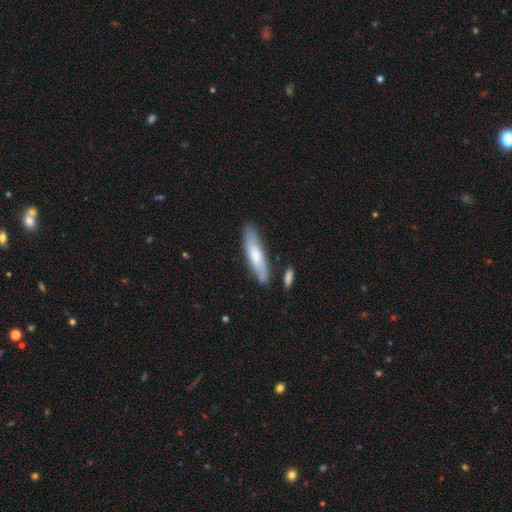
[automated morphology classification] Smooth or featured? smooth (67%)
How rounded? cigar-shaped (77%)
Merging? none (79%)